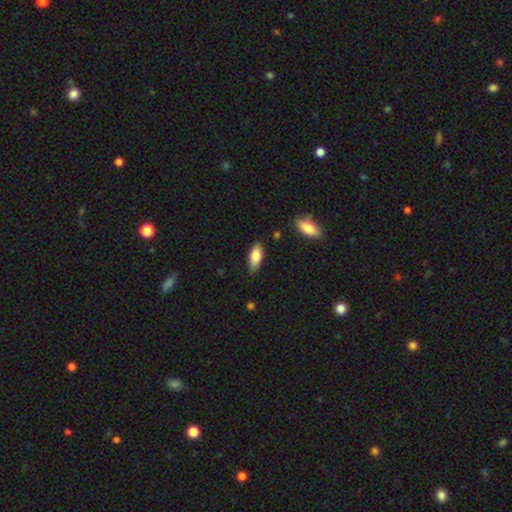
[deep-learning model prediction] A smooth galaxy with no disk features (83%) that is in between round and cigar-shaped (82%).

Vote fractions:
- Smooth or featured? smooth: 83% / featured or disk: 11% / star or artifact: 6%
- How rounded? in between: 82% / cigar-shaped: 15% / round: 2%
- Merging? none: 79% / minor disturbance: 16% / major disturbance: 3% / merger: 2%